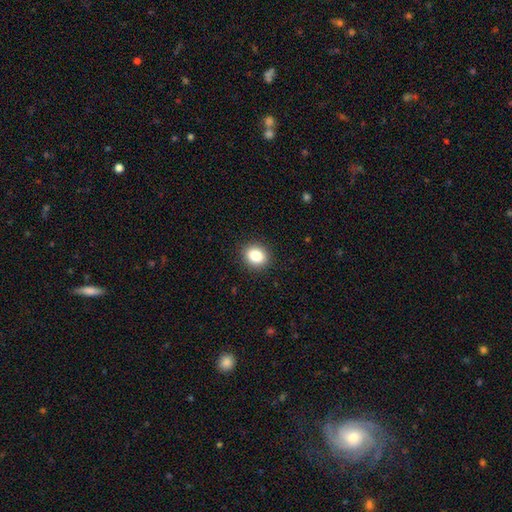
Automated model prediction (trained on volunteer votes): Smooth or featured: smooth — 85% (star or artifact — 10%)
How rounded: round — 56% (in between — 43%)
Merging: none — 91% (minor disturbance — 6%)